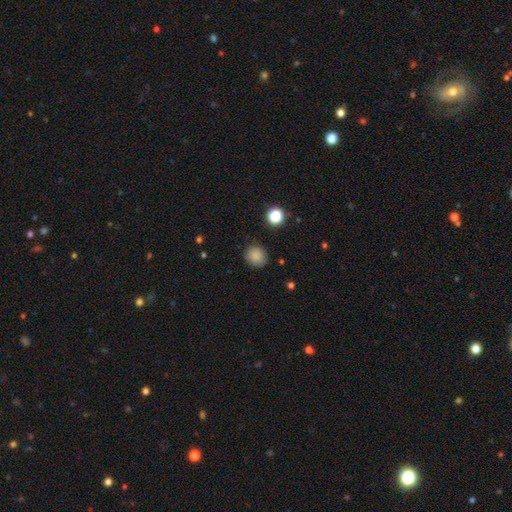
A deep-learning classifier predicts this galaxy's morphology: smooth 85%, star or artifact 11%, featured or disk 4%. Down the decision tree: how rounded — round (83%); merging — none (85%).